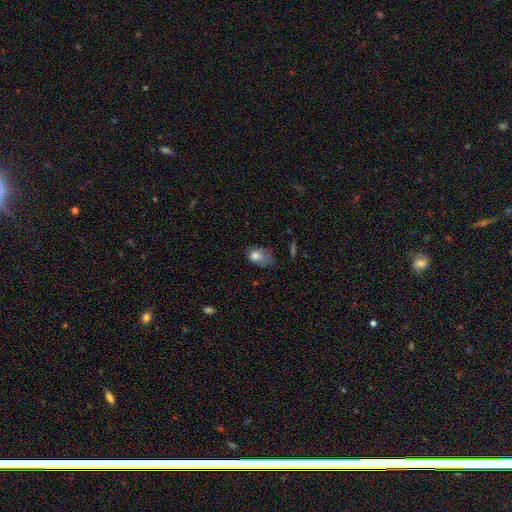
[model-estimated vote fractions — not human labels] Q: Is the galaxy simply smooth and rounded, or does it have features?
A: smooth — 78%.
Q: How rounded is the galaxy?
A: in between — 75%.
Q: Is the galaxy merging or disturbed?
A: minor disturbance — 38%.